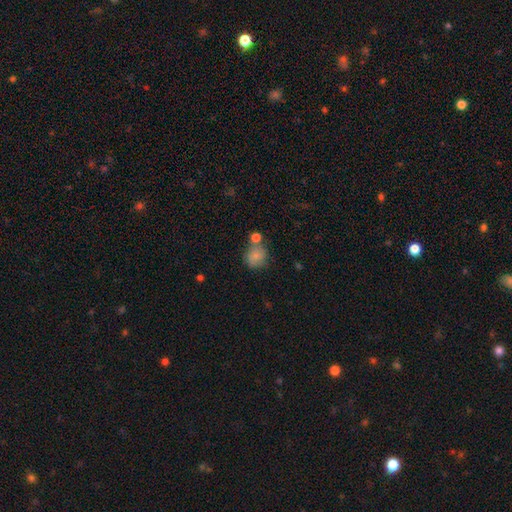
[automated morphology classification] Smooth or featured? smooth (81%)
How rounded? round (80%)
Merging? none (59%)